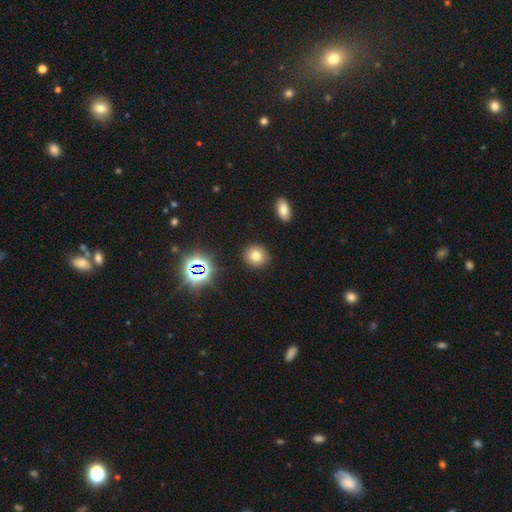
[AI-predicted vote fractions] Smooth or featured? Predicted: smooth (p=0.72). How rounded? Predicted: round (p=0.84). Merging? Predicted: none (p=0.89).